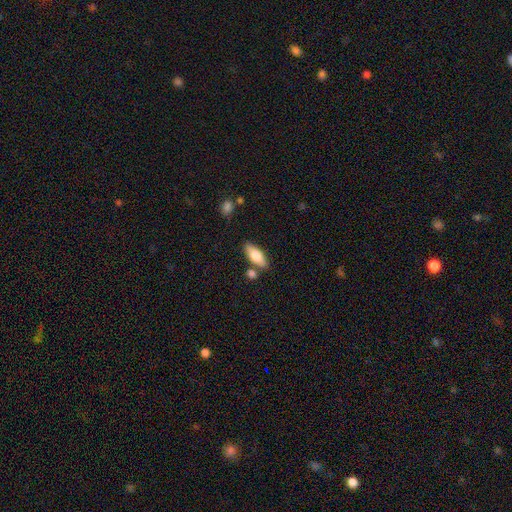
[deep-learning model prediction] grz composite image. It shows a smooth galaxy with no disk features (70%) that is in between round and cigar-shaped (74%). Merging: none (77%).